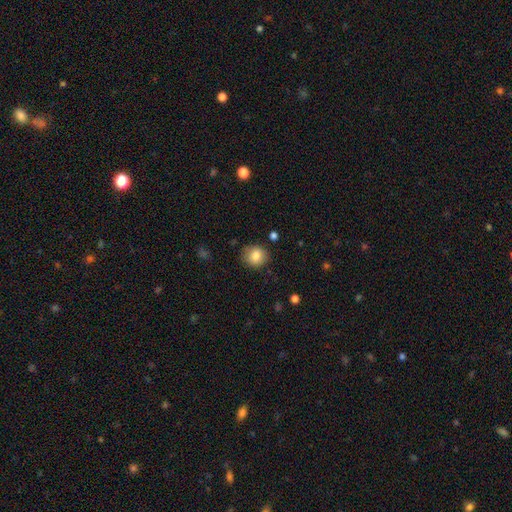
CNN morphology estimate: A smooth galaxy with no disk features (84%) that is round (81%). Merging: none (83%).